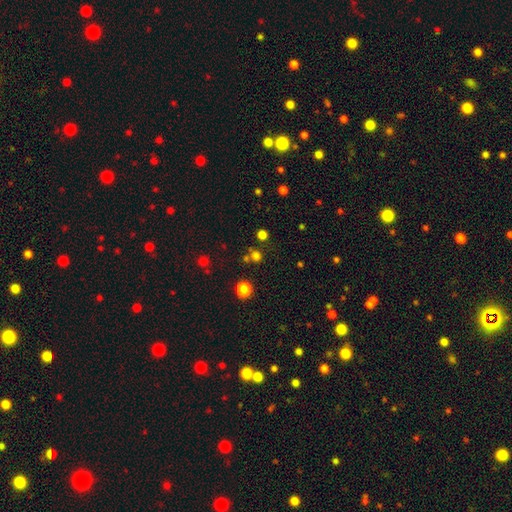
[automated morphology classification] Smooth or featured?
  - smooth: 67% *
  - star or artifact: 27%
  - featured or disk: 6%
How rounded?
  - round: 90% *
  - in between: 9%
  - cigar-shaped: 1%
Merging?
  - none: 74% *
  - merger: 15%
  - minor disturbance: 8%
  - major disturbance: 4%